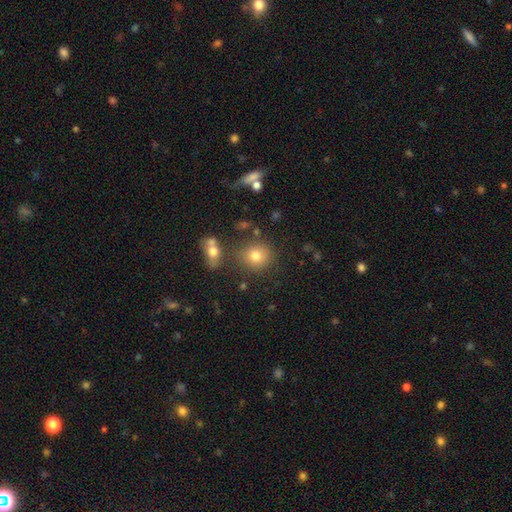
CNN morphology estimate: This appears to be a smooth galaxy with no disk features (78%) that is round (80%). Merging: none (76%).